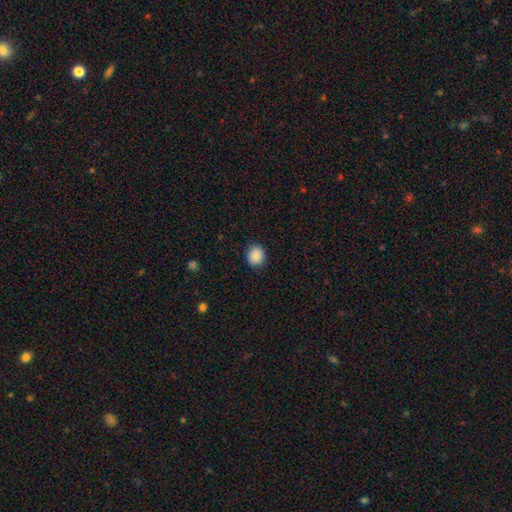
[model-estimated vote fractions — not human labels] smooth 89%, star or artifact 8%, featured or disk 3%. Down the decision tree: how rounded — round (68%); merging — none (88%).